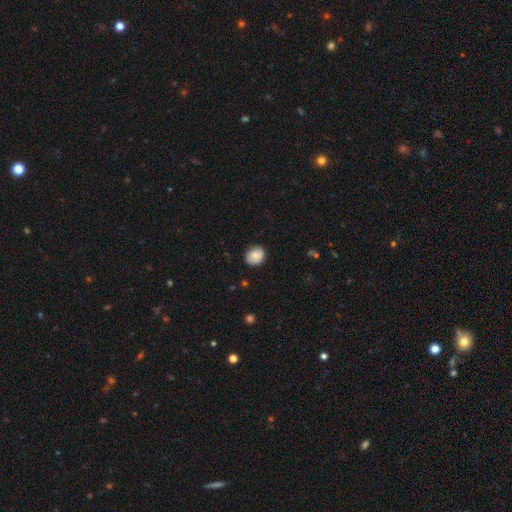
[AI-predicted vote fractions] Smooth or featured: smooth — 81% (featured or disk — 11%)
How rounded: round — 65% (in between — 35%)
Merging: none — 81% (minor disturbance — 15%)